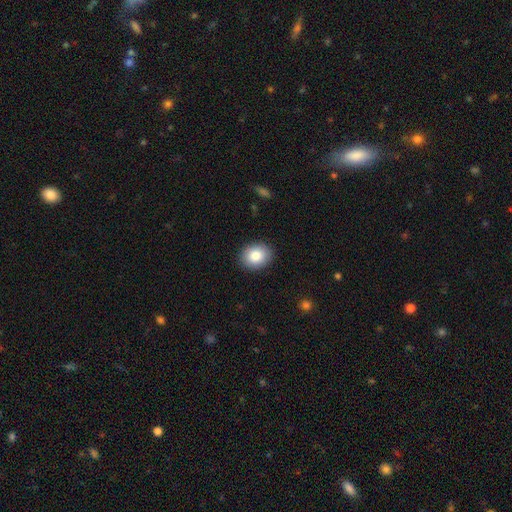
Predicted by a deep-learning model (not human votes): A smooth galaxy with no disk features (85%) that is in between round and cigar-shaped (50%).

Vote fractions:
- Smooth or featured? smooth: 85% / star or artifact: 8% / featured or disk: 8%
- How rounded? in between: 50% / round: 49% / cigar-shaped: 1%
- Merging? none: 90% / minor disturbance: 7% / major disturbance: 2% / merger: 1%